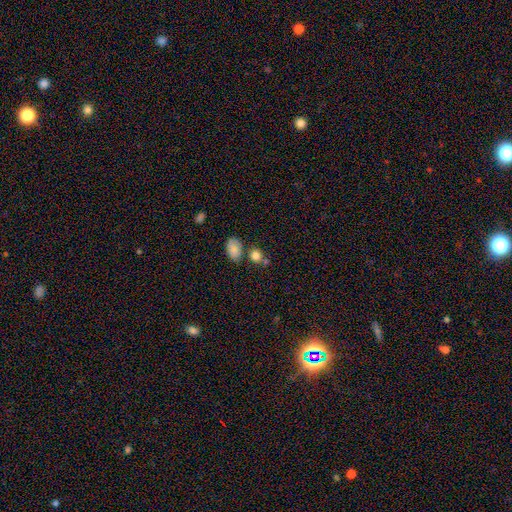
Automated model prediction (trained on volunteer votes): A smooth galaxy with no disk features (81%) that is round (70%). Merging: none (63%).